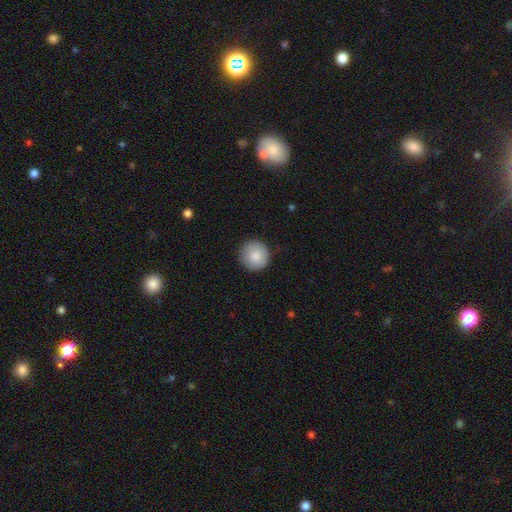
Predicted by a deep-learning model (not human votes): Smooth or featured?
  - smooth: 85% *
  - featured or disk: 8%
  - star or artifact: 7%
How rounded?
  - round: 95% *
  - in between: 4%
  - cigar-shaped: 1%
Merging?
  - none: 89% *
  - minor disturbance: 8%
  - major disturbance: 2%
  - merger: 1%